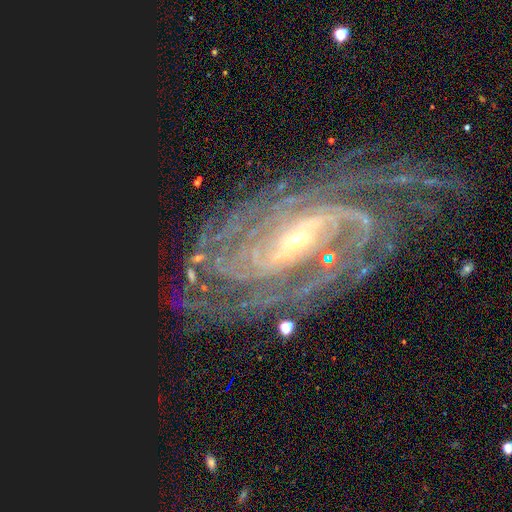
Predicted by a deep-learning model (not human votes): Smooth or featured? Predicted: featured or disk (p=0.90). Edge-on disk? Predicted: no (p=0.96). Bar? Predicted: strong (p=0.37, tied with weak). Spiral arms? Predicted: yes (p=0.98). Spiral winding? Predicted: tight (p=0.68). Spiral arm count? Predicted: can't tell (p=0.20). Bulge size? Predicted: small (p=0.74). Merging? Predicted: none (p=0.72).